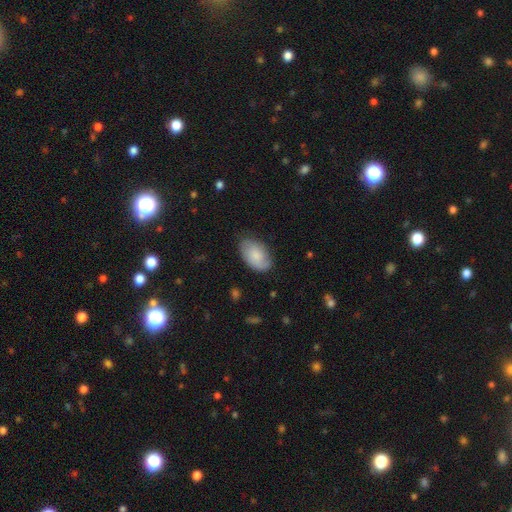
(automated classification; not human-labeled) smooth-or-featured: smooth: 69% | featured or disk: 25% | star or artifact: 6%
  how-rounded: in between: 93% | round: 6% | cigar-shaped: 1%
  merging: none: 73% | minor disturbance: 21% | major disturbance: 5% | merger: 1%